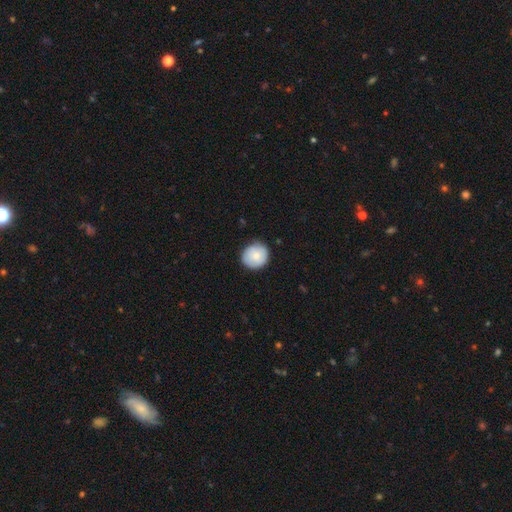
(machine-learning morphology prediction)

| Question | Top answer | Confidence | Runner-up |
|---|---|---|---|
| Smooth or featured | smooth | 74% | featured or disk (19%) |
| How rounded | round | 87% | in between (12%) |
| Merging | none | 80% | minor disturbance (16%) |